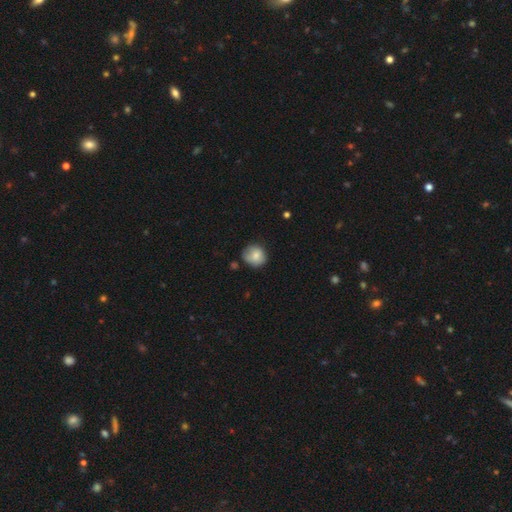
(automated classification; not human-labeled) This appears to be a smooth galaxy with no disk features (80%) that is round (81%). Merging: none (68%).